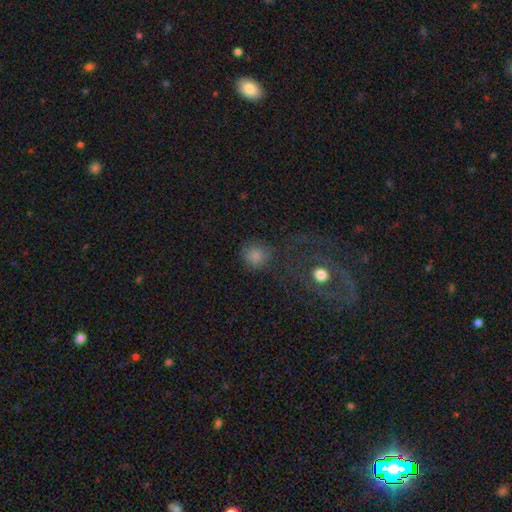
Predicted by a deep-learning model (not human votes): The model was most divided on "merging": none: 72%, minor disturbance: 13%, major disturbance: 9%, merger: 6%. More confident: how rounded — round (88%); smooth or featured — smooth (78%).